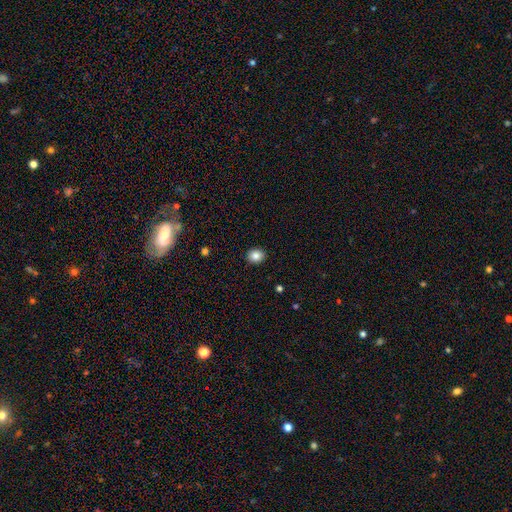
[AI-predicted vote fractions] Smooth or featured?
  - smooth: 85% *
  - star or artifact: 10%
  - featured or disk: 5%
How rounded?
  - round: 72% *
  - in between: 27%
  - cigar-shaped: 1%
Merging?
  - none: 91% *
  - minor disturbance: 6%
  - major disturbance: 2%
  - merger: 1%